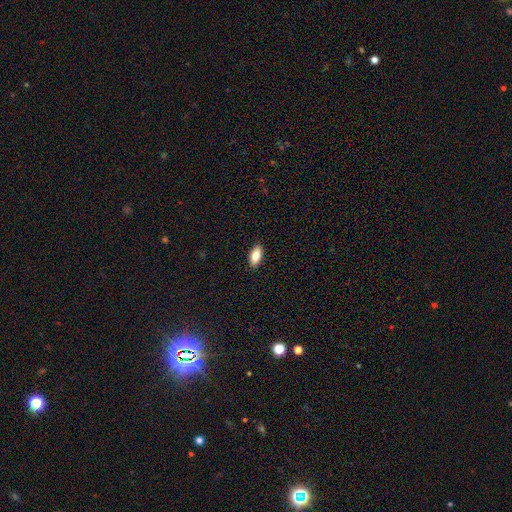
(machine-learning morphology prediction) smooth 83%, featured or disk 11%, star or artifact 7%. Down the decision tree: how rounded — in between (89%); merging — none (90%).